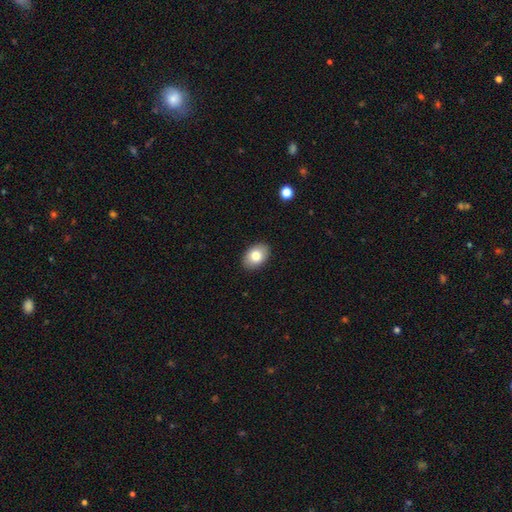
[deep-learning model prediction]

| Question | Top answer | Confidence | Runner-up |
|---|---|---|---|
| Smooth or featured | smooth | 81% | featured or disk (11%) |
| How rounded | in between | 85% | round (13%) |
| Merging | none | 90% | minor disturbance (8%) |